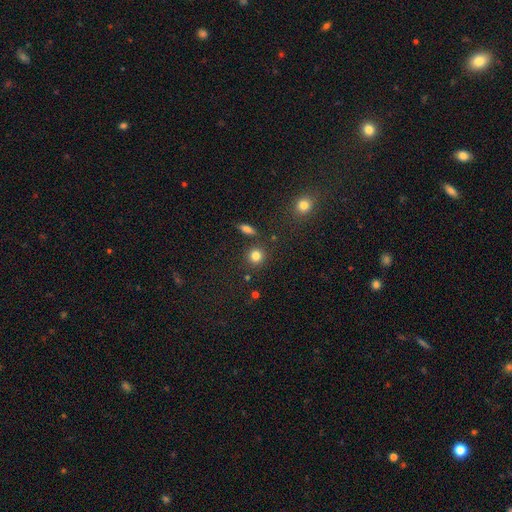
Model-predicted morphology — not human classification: This is clearly a smooth galaxy (81%). How rounded: clearly round (89%). Merging: clearly none (83%).